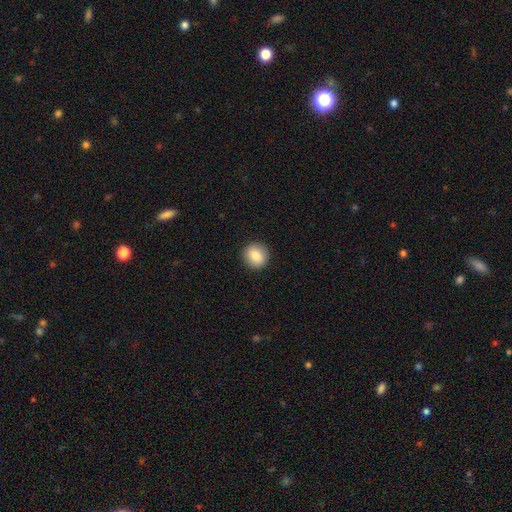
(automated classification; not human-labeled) Smooth or featured? Predicted: smooth (p=0.84). How rounded? Predicted: round (p=0.92). Merging? Predicted: none (p=0.92).